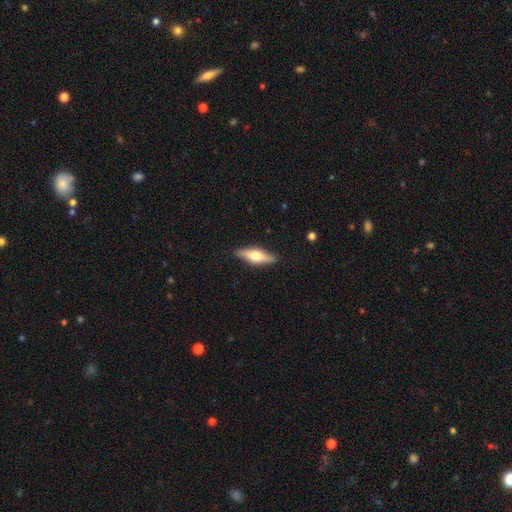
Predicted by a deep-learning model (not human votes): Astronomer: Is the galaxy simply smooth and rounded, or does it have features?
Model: smooth — 48% (runner-up: featured or disk, 46%).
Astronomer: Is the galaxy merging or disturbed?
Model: none — 88%.